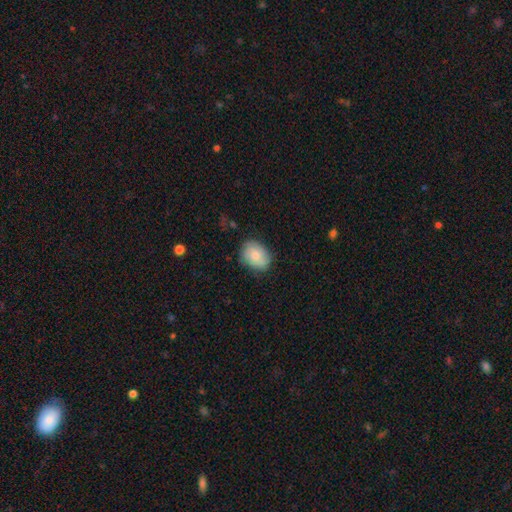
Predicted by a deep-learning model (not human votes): This is likely a smooth galaxy (65%). How rounded: likely in between (62%). Merging: likely none (73%).